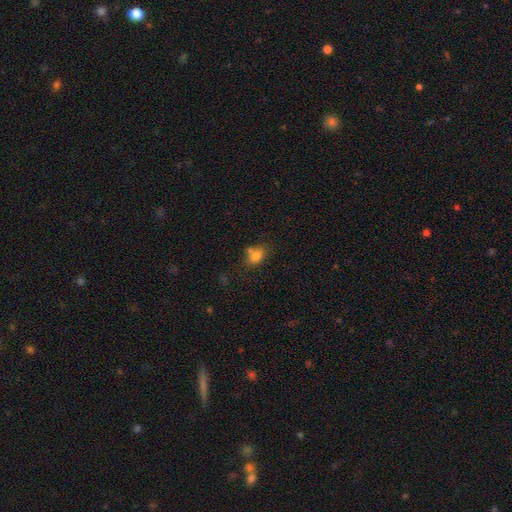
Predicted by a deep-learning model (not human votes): Overall: smooth (77%). How rounded: in between (66%; round 32%). Merging: none (54%; merger 22%).